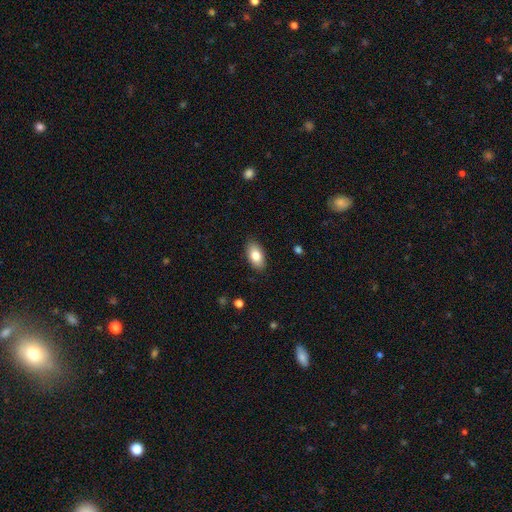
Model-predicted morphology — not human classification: Q: Smooth or featured?
A: smooth (82%); runner-up: featured or disk (12%)
Q: How rounded?
A: in between (93%); runner-up: round (4%)
Q: Merging?
A: none (88%); runner-up: minor disturbance (9%)